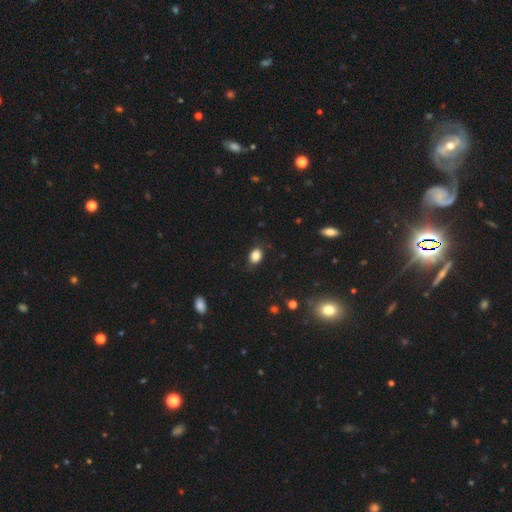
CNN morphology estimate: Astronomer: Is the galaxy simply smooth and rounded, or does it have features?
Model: smooth — 85%.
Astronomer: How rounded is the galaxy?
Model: in between — 70%.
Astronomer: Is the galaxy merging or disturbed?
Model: none — 78%.